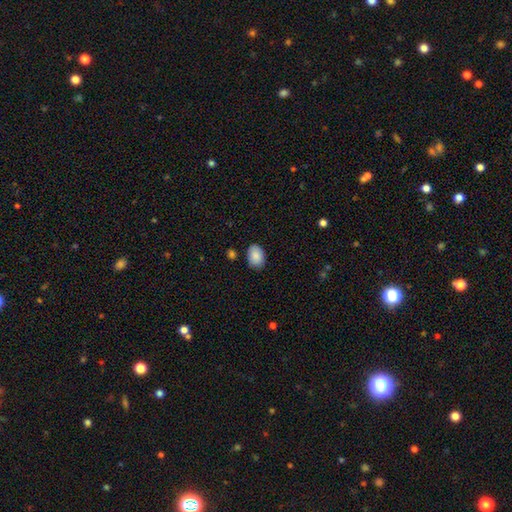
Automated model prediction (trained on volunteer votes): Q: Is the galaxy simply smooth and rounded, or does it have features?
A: smooth — 89%.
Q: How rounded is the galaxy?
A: in between — 83%.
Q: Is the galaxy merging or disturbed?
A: none — 83%.